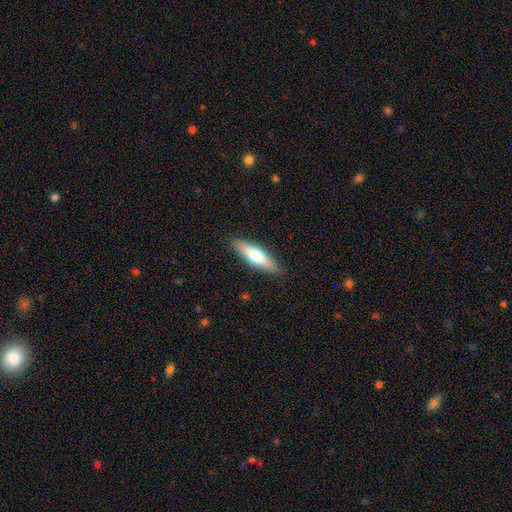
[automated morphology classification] Smooth or featured: smooth — 62% (featured or disk — 33%)
How rounded: cigar-shaped — 68% (in between — 30%)
Merging: none — 89% (minor disturbance — 8%)